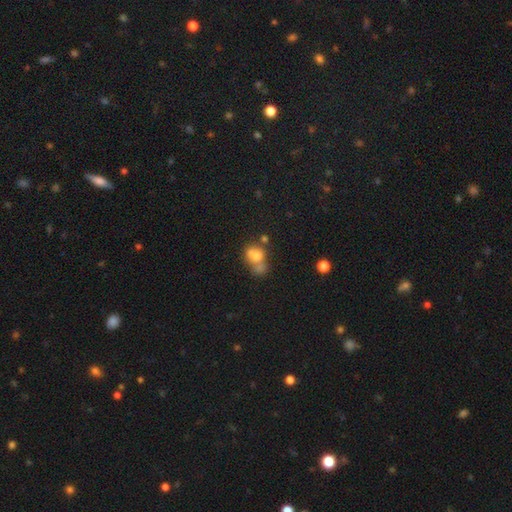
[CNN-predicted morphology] Smooth or featured: smooth — 67% (featured or disk — 20%)
How rounded: round — 53% (in between — 45%)
Merging: merger — 52% (none — 25%)